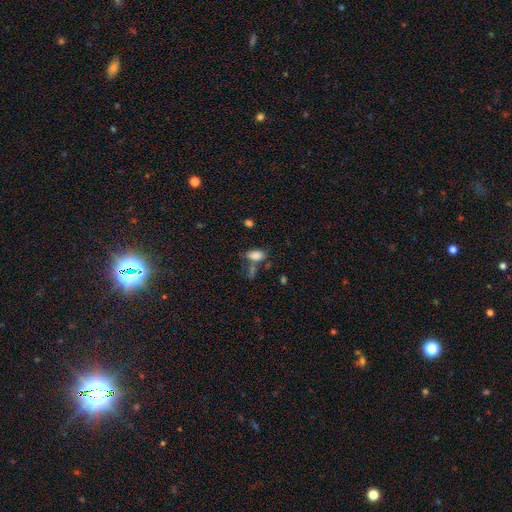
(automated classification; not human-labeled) smooth-or-featured: smooth: 83% | star or artifact: 10% | featured or disk: 7%
  how-rounded: in between: 91% | round: 5% | cigar-shaped: 4%
  merging: none: 49% | merger: 23% | minor disturbance: 19% | major disturbance: 10%